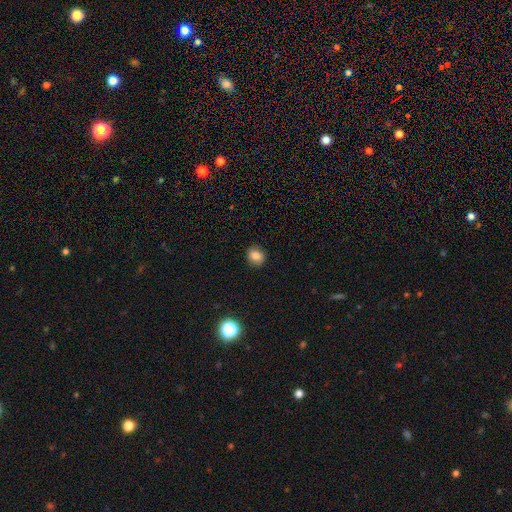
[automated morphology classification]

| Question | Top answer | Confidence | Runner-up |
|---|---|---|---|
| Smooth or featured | smooth | 83% | star or artifact (12%) |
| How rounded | round | 70% | in between (29%) |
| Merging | none | 88% | minor disturbance (9%) |